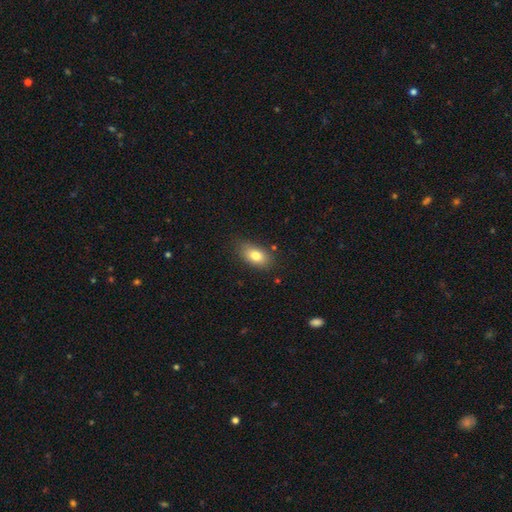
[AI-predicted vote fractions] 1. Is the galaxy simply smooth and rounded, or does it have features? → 80% smooth, 12% featured or disk, 8% star or artifact.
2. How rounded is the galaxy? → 89% in between, 8% round, 3% cigar-shaped.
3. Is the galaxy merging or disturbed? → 77% none, 17% minor disturbance, 4% major disturbance, 2% merger.